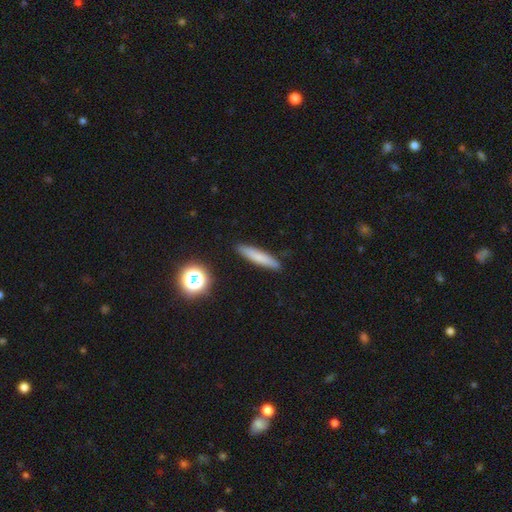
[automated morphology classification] Smooth or featured?
  - smooth: 71% *
  - featured or disk: 18%
  - star or artifact: 10%
How rounded?
  - cigar-shaped: 91% *
  - in between: 7%
  - round: 2%
Merging?
  - none: 90% *
  - minor disturbance: 7%
  - major disturbance: 2%
  - merger: 1%